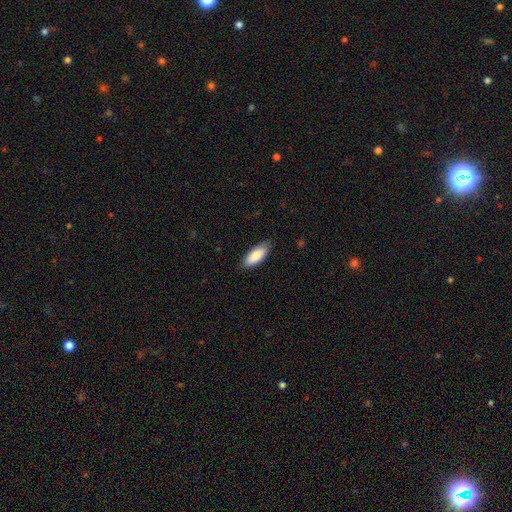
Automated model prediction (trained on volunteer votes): A smooth galaxy with no disk features (84%) that is in between round and cigar-shaped (78%). Merging: none (85%).